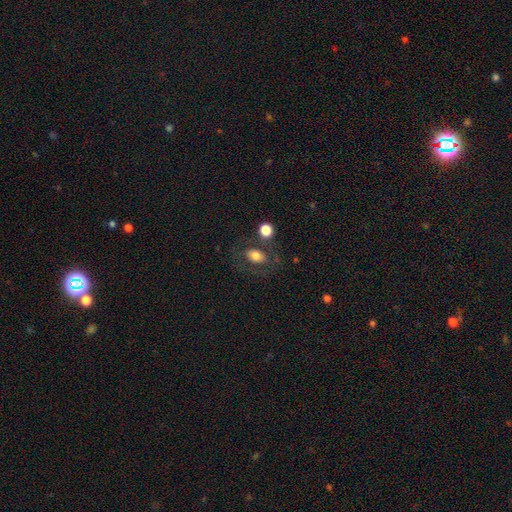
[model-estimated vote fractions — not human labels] Morphology: type=smooth (70%); roundness=in between (75%); merging=none (64%).